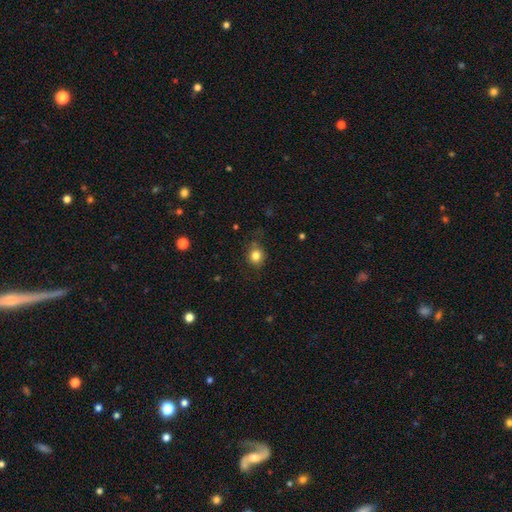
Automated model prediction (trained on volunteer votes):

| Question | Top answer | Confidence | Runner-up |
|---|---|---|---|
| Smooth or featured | smooth | 81% | star or artifact (11%) |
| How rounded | round | 77% | in between (22%) |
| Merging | none | 74% | minor disturbance (19%) |